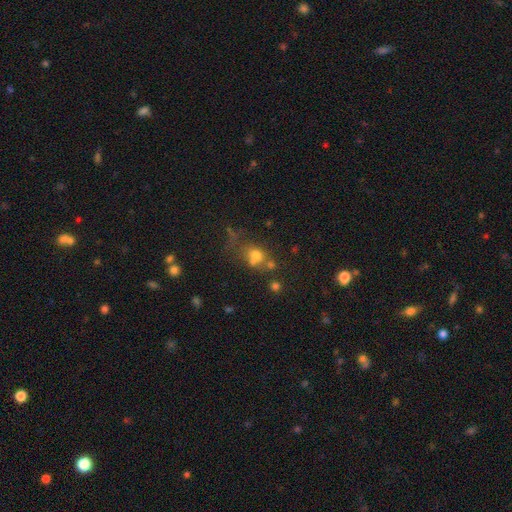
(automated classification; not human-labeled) Smooth or featured? Predicted: smooth (p=0.66). How rounded? Predicted: round (p=0.53). Merging? Predicted: none (p=0.37).